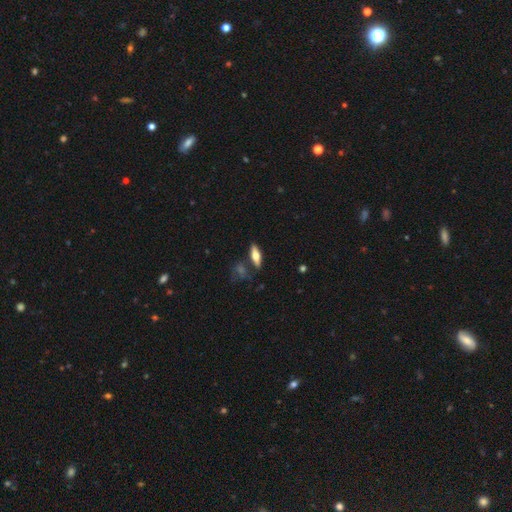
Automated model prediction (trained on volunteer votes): Smooth or featured? Predicted: smooth (p=0.50). How rounded? Predicted: in between (p=0.55). Merging? Predicted: none (p=0.79).